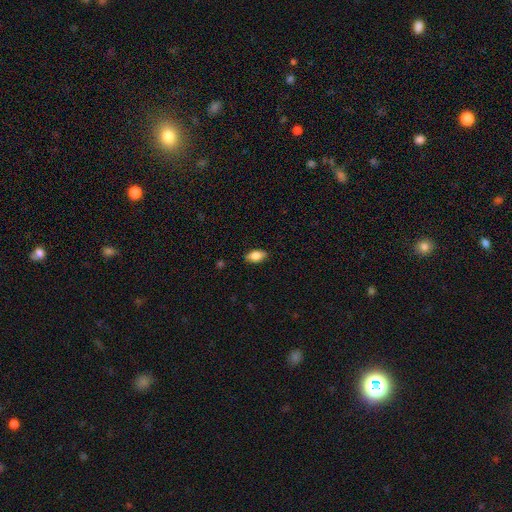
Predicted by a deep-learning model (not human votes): Q: Smooth or featured?
A: smooth (80%); runner-up: featured or disk (13%)
Q: How rounded?
A: in between (90%); runner-up: round (6%)
Q: Merging?
A: none (87%); runner-up: minor disturbance (10%)